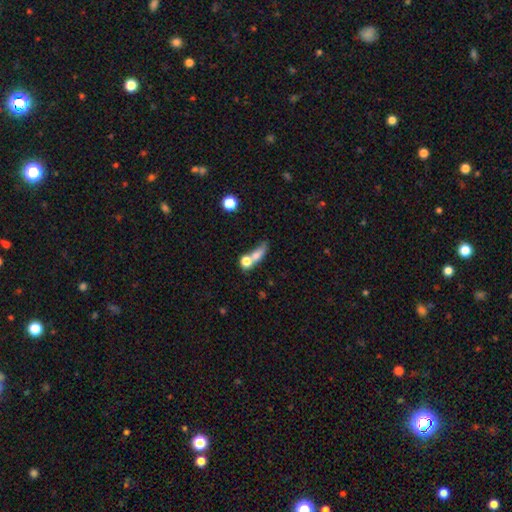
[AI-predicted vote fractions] Smooth or featured? smooth (69%)
How rounded? in between (45%)
Merging? merger (51%)